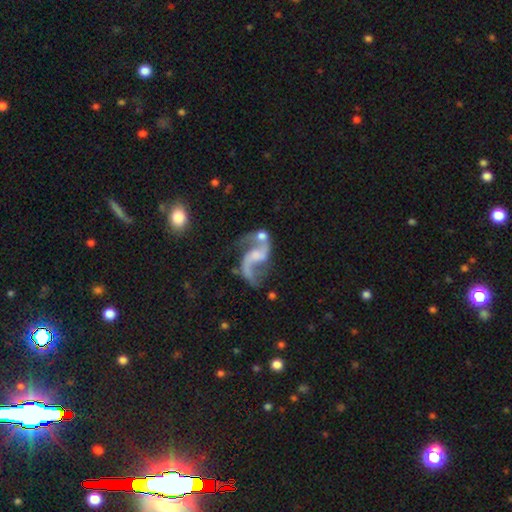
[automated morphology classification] Smooth or featured?
  - featured or disk: 89% *
  - star or artifact: 6%
  - smooth: 5%
Edge-on disk?
  - no: 98% *
  - yes: 2%
Bar?
  - no: 43% *
  - weak: 42%
  - strong: 15%
Spiral arms?
  - yes: 95% *
  - no: 5%
Spiral winding?
  - loose: 75% *
  - medium: 21%
  - tight: 4%
Spiral arm count?
  - 2: 91% *
  - 1: 4%
  - can't tell: 2%
  - 3: 1%
  - 4: 1%
  - more than 4: 1%
Bulge size?
  - small: 38% *
  - none: 33%
  - moderate: 23%
  - large: 4%
  - dominant: 1%
Merging?
  - none: 49% *
  - merger: 18%
  - minor disturbance: 17%
  - major disturbance: 16%